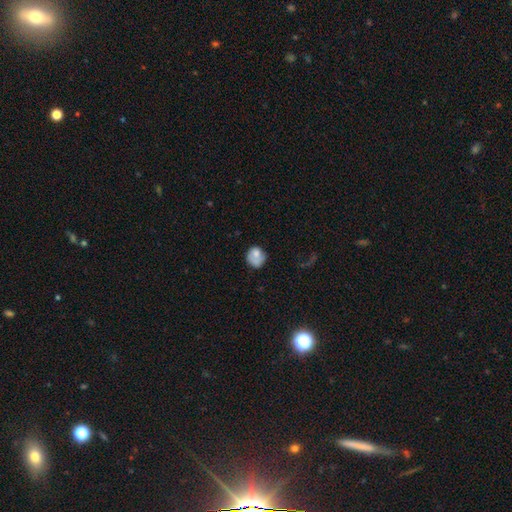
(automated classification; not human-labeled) smooth-or-featured: smooth: 72% | featured or disk: 19% | star or artifact: 9%
  how-rounded: round: 74% | in between: 25% | cigar-shaped: 1%
  merging: none: 51% | minor disturbance: 29% | major disturbance: 14% | merger: 6%